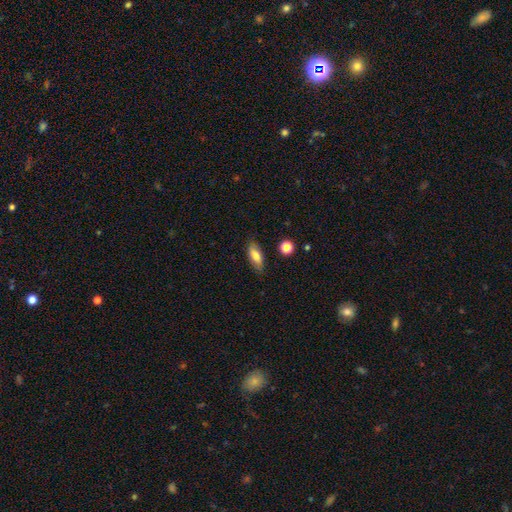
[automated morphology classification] This is likely a smooth galaxy (76%). How rounded: likely in between (72%). Merging: clearly none (82%).